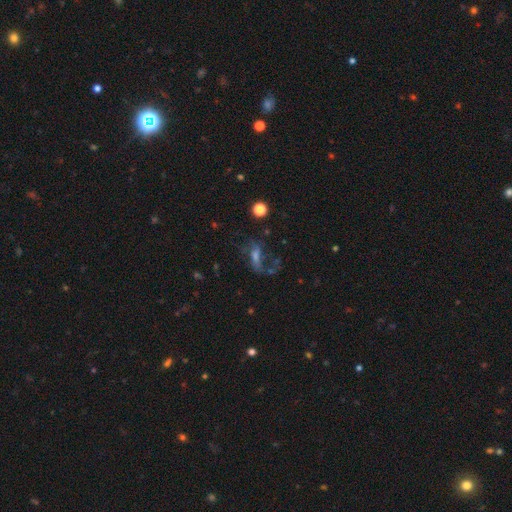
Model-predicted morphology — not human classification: Overall: featured or disk (53%; smooth 30%). Edge-on disk: no (89%). Merging: none (43%; major disturbance 33%).